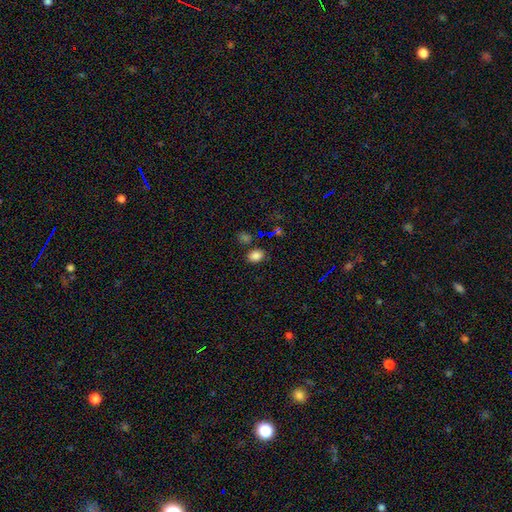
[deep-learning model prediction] This is clearly a smooth galaxy (80%). How rounded: likely in between (65%). Merging: clearly none (80%).